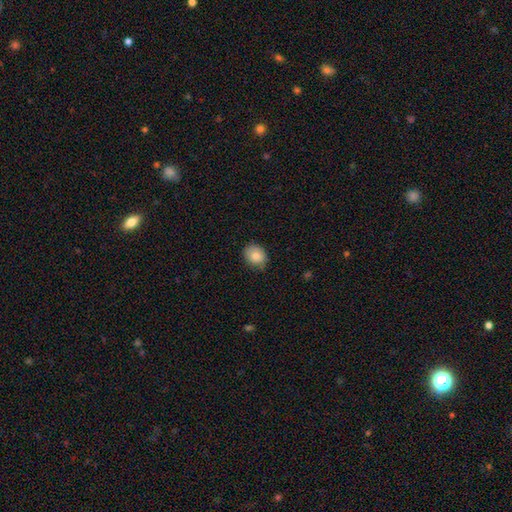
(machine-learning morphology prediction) Smooth or featured: smooth — 84% (star or artifact — 8%)
How rounded: round — 54% (in between — 45%)
Merging: none — 73% (minor disturbance — 22%)